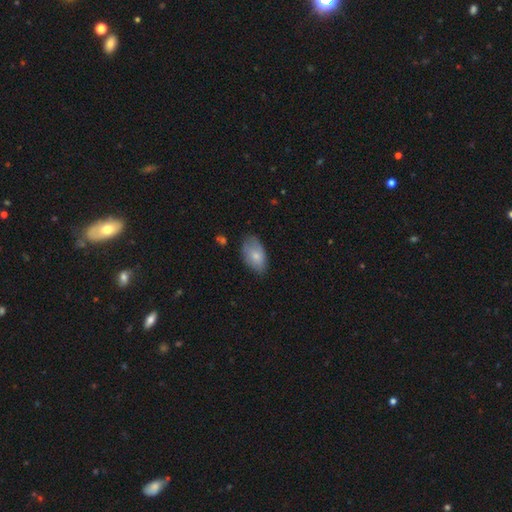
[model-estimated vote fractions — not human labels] This is likely a smooth galaxy (74%). How rounded: clearly in between (92%). Merging: likely none (68%).